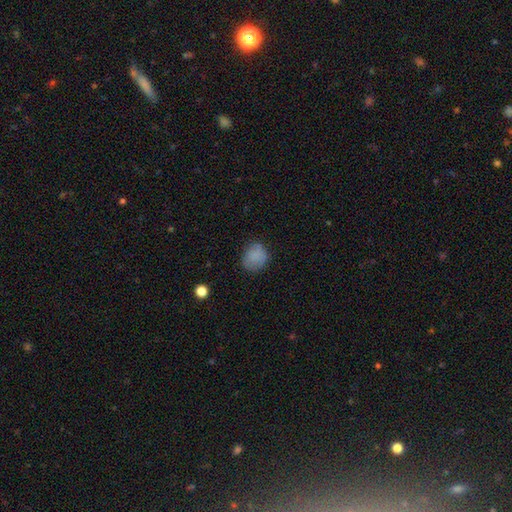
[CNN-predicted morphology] smooth-or-featured: smooth: 83% | star or artifact: 9% | featured or disk: 8%
  how-rounded: round: 71% | in between: 28% | cigar-shaped: 1%
  merging: none: 71% | minor disturbance: 21% | major disturbance: 6% | merger: 1%